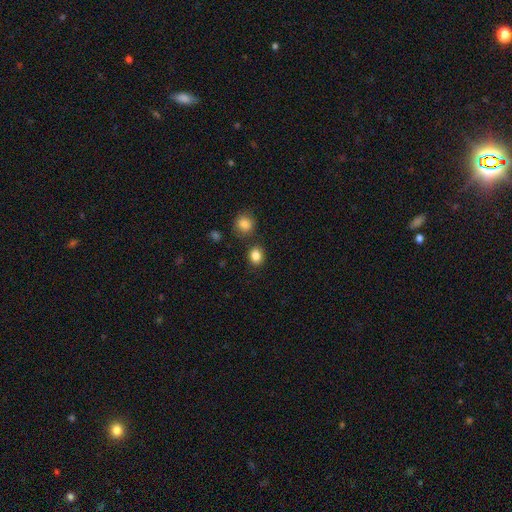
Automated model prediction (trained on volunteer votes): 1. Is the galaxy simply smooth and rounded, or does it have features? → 85% smooth, 10% star or artifact, 4% featured or disk.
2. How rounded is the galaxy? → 60% round, 39% in between, 1% cigar-shaped.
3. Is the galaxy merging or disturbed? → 80% none, 9% minor disturbance, 8% merger, 3% major disturbance.